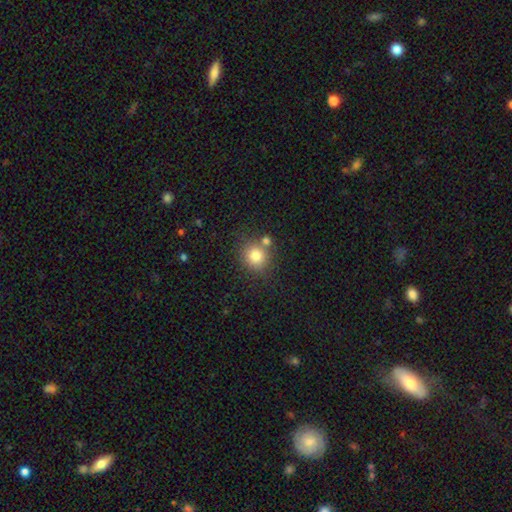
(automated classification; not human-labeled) A smooth galaxy with no disk features (81%) that is round (86%).

Vote fractions:
- Smooth or featured? smooth: 81% / star or artifact: 11% / featured or disk: 8%
- How rounded? round: 86% / in between: 13% / cigar-shaped: 1%
- Merging? none: 68% / merger: 18% / minor disturbance: 11% / major disturbance: 3%